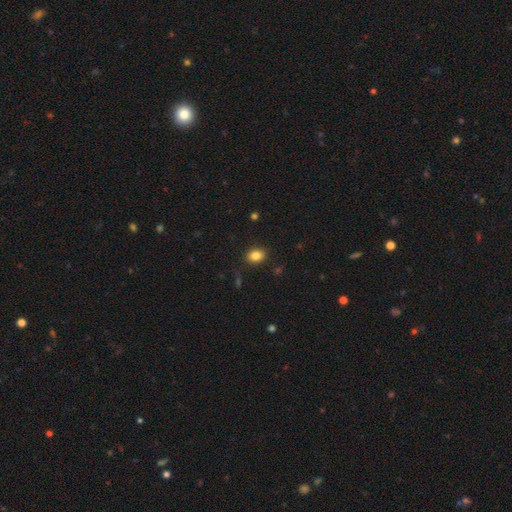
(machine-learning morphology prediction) The model was most divided on "how rounded": in between: 71%, round: 28%, cigar-shaped: 1%. More confident: merging — none (87%); smooth or featured — smooth (85%).